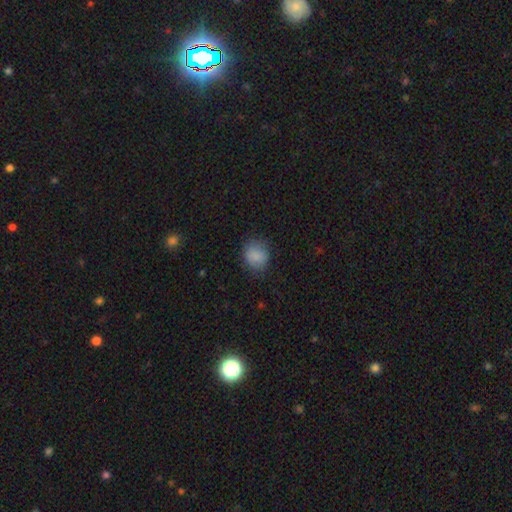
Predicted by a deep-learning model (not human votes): smooth-or-featured: smooth: 86% | star or artifact: 9% | featured or disk: 5%
  how-rounded: round: 72% | in between: 27% | cigar-shaped: 1%
  merging: none: 79% | minor disturbance: 16% | major disturbance: 5% | merger: 1%